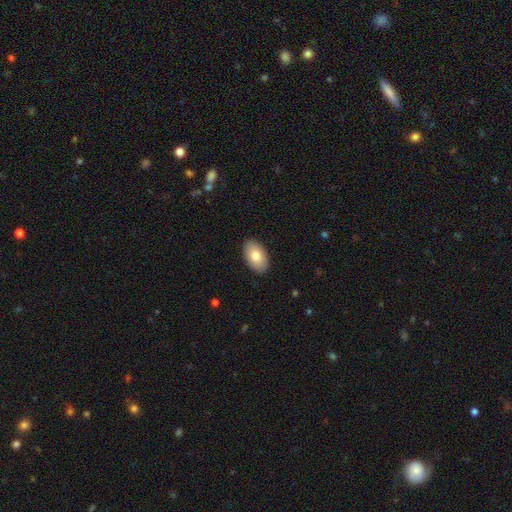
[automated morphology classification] A smooth galaxy with no disk features (80%) that is in between round and cigar-shaped (94%). Merging: none (89%).